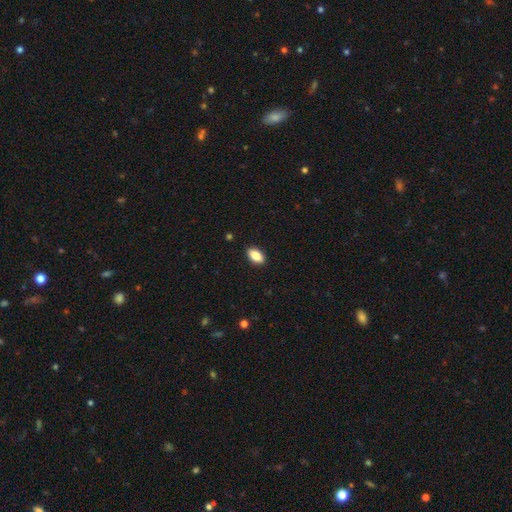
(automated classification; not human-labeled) Smooth or featured? smooth (84%)
How rounded? in between (90%)
Merging? none (89%)